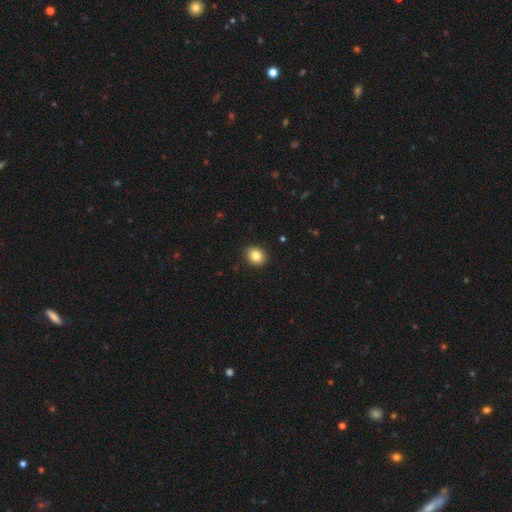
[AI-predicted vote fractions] Morphology: type=smooth (85%); roundness=round (65%); merging=none (91%).